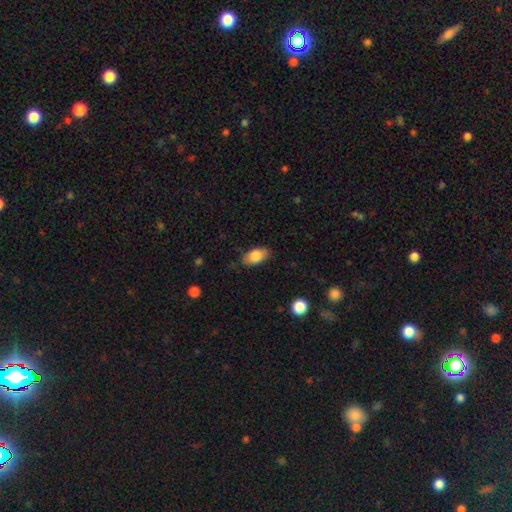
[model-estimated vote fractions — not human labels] Smooth or featured: smooth — 83% (featured or disk — 10%)
How rounded: in between — 91% (round — 5%)
Merging: none — 81% (minor disturbance — 15%)